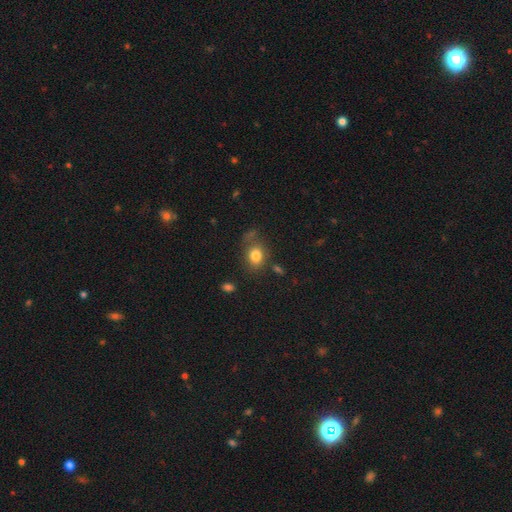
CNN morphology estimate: Q: Smooth or featured?
A: smooth (80%); runner-up: star or artifact (11%)
Q: How rounded?
A: in between (56%); runner-up: round (42%)
Q: Merging?
A: none (65%); runner-up: minor disturbance (20%)